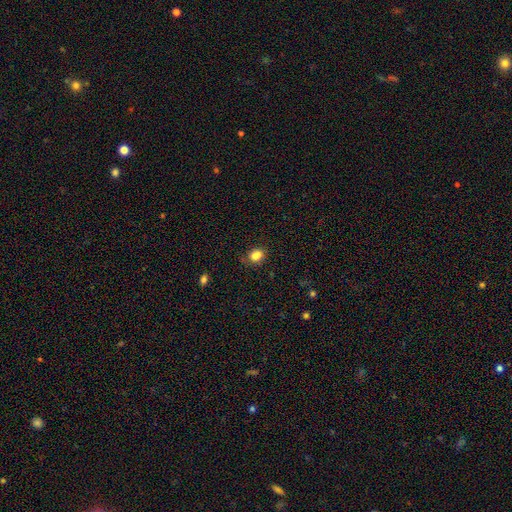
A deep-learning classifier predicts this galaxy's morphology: Smooth or featured: smooth — 83% (star or artifact — 11%)
How rounded: in between — 53% (round — 46%)
Merging: none — 70% (minor disturbance — 21%)